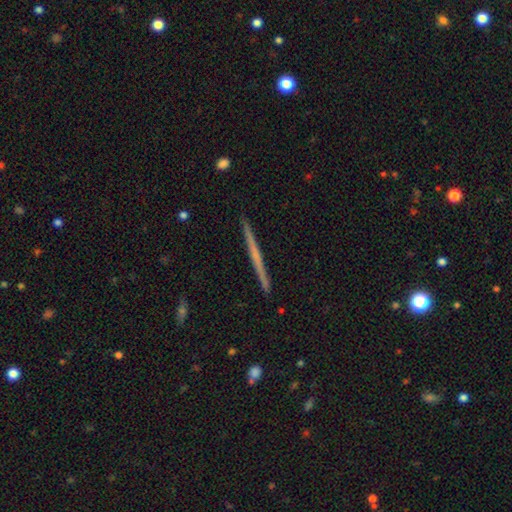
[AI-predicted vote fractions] featured or disk 60%, smooth 34%, star or artifact 6%. Down the decision tree: edge-on disk — yes (98%); edge-on bulge — none (84%); merging — none (93%).